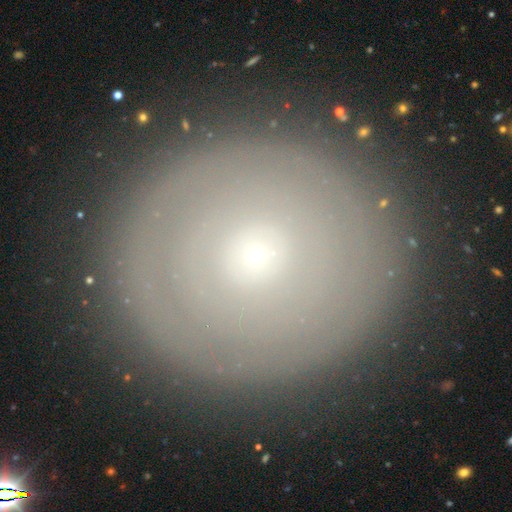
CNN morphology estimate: The model was most divided on "smooth or featured" (2-way tie): smooth: 45%, featured or disk: 45%, star or artifact: 9%. More confident: merging — none (87%).